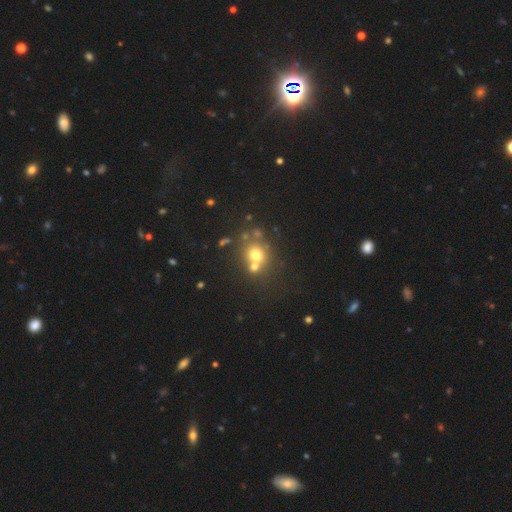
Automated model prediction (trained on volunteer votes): This is likely a smooth galaxy (65%). How rounded: clearly round (80%). Merging: possibly none (49%).